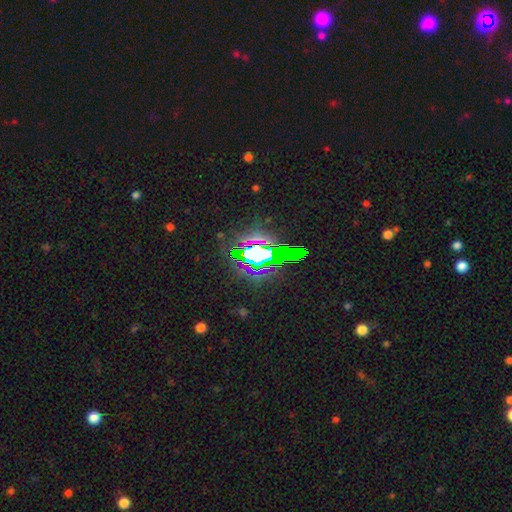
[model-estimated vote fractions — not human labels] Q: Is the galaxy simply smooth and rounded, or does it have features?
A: star or artifact — 63%.